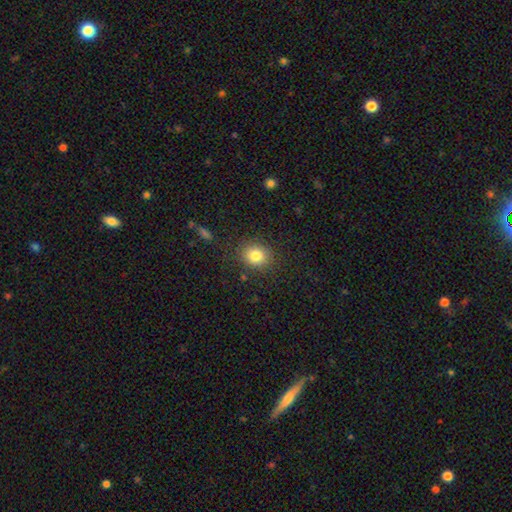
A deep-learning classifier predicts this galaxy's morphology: Smooth or featured: smooth — 82% (star or artifact — 11%)
How rounded: round — 69% (in between — 30%)
Merging: none — 85% (minor disturbance — 10%)